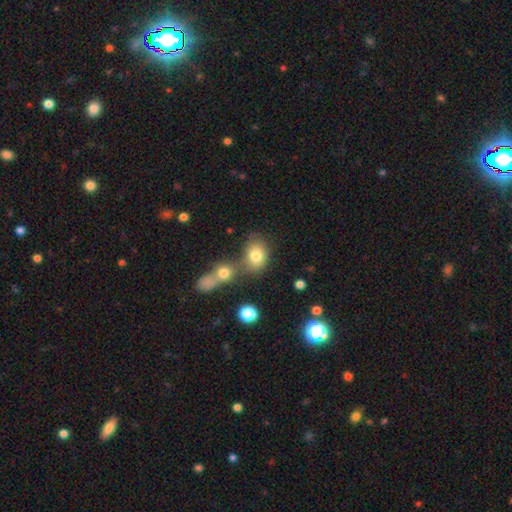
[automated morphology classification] type=smooth (78%); roundness=in between (56%); merging=none (46%).